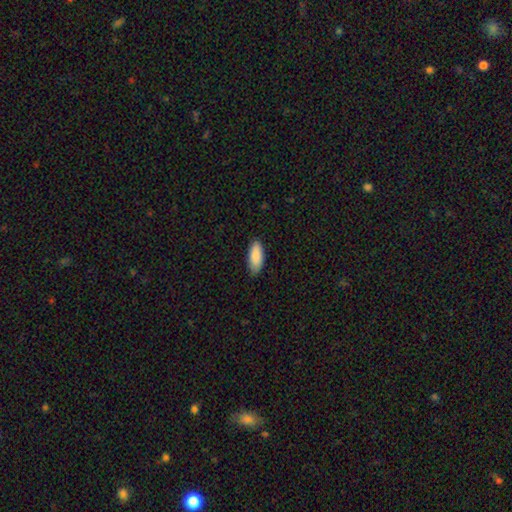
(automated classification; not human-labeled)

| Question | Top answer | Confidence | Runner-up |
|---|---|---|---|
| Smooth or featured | smooth | 88% | featured or disk (6%) |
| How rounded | in between | 84% | cigar-shaped (15%) |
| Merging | none | 85% | minor disturbance (12%) |